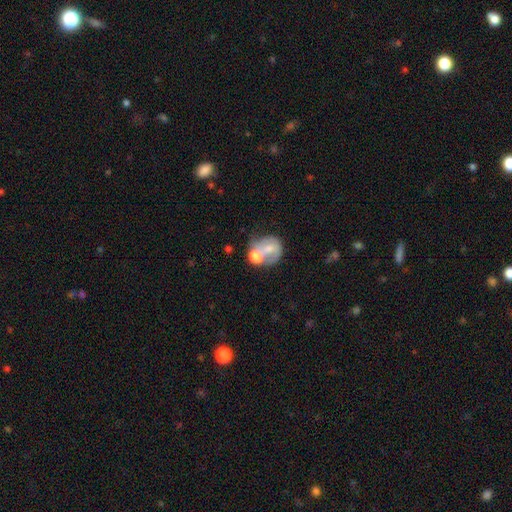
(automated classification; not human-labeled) Overall: smooth (50%; featured or disk 42%). Merging: merger (51%; none 24%).